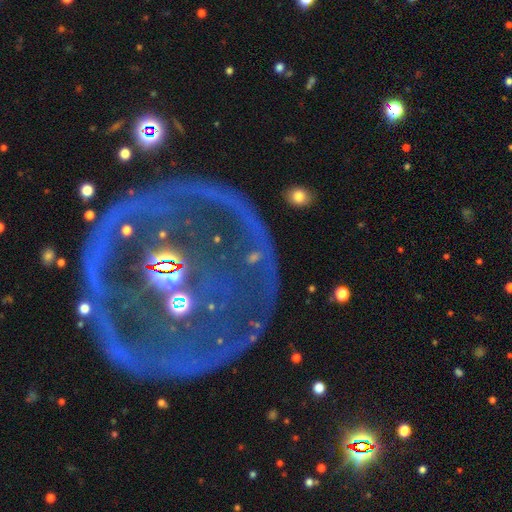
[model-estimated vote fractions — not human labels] featured or disk 49%, star or artifact 34%, smooth 18%. Down the decision tree: merging — none (70%).